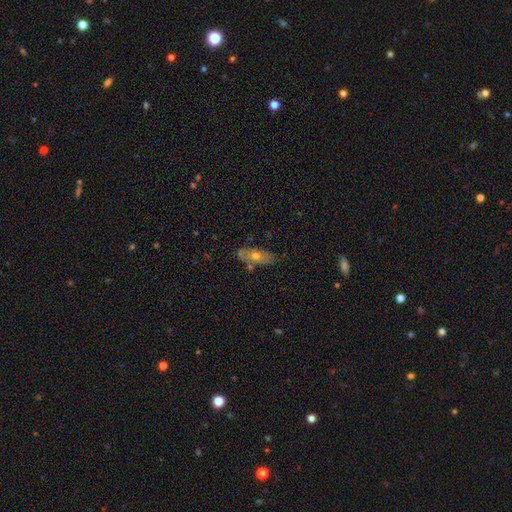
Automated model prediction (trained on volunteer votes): Smooth or featured? smooth (52%)
How rounded? in between (77%)
Merging? none (67%)